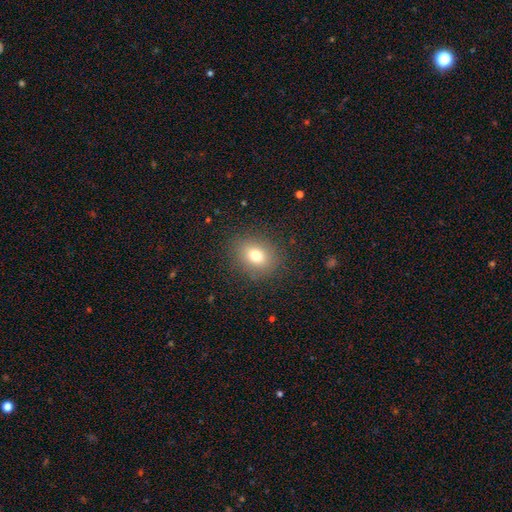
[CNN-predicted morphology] Smooth or featured: smooth — 75% (star or artifact — 13%)
How rounded: round — 58% (in between — 41%)
Merging: none — 86% (minor disturbance — 9%)